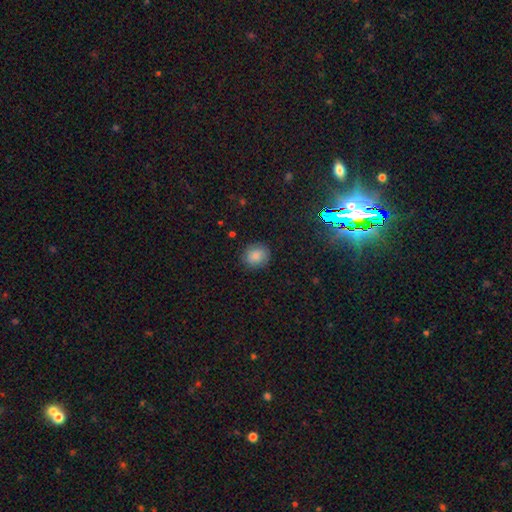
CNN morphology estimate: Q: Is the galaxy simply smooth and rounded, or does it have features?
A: smooth — 82%.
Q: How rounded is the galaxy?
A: round — 72%.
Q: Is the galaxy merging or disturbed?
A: none — 84%.